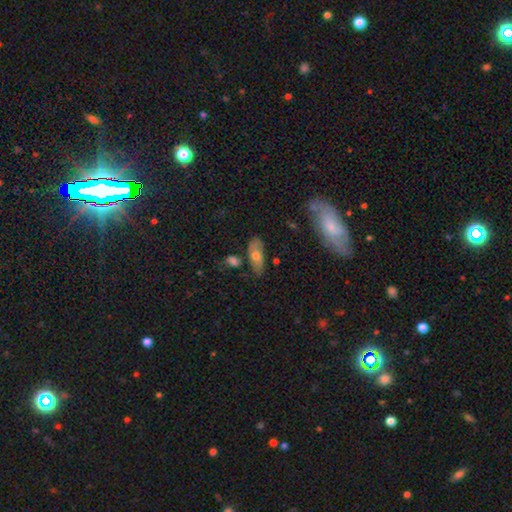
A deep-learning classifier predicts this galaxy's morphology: smooth 58%, featured or disk 34%, star or artifact 8%. Down the decision tree: how rounded — in between (81%); merging — none (65%).